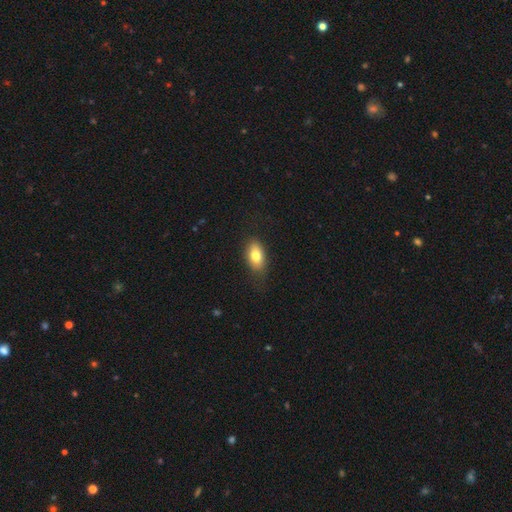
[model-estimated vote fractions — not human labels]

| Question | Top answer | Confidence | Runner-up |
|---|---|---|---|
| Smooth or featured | smooth | 78% | featured or disk (15%) |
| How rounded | in between | 88% | round (8%) |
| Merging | none | 76% | minor disturbance (18%) |